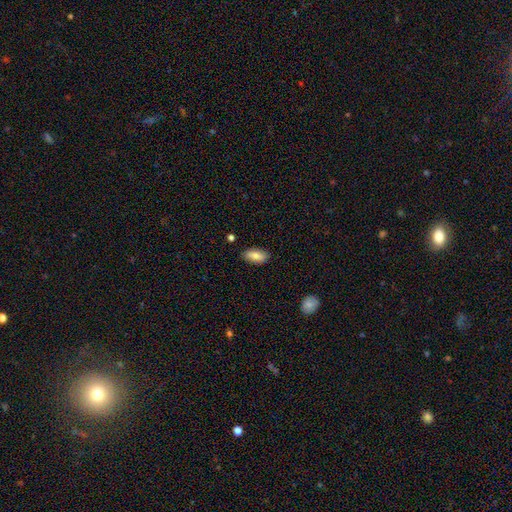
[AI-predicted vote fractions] This is clearly a smooth galaxy (81%). How rounded: clearly in between (90%). Merging: clearly none (86%).